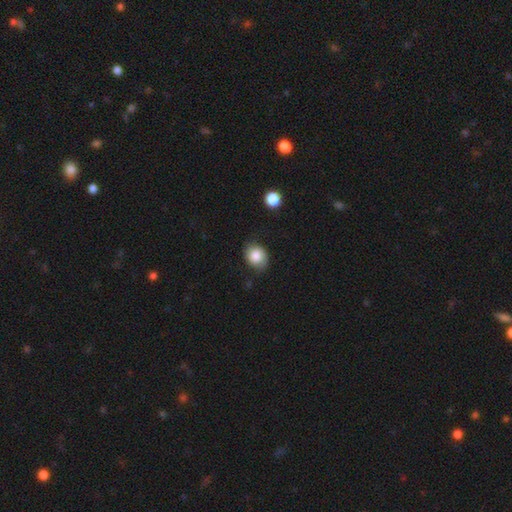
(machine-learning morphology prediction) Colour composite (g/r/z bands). It shows a smooth galaxy with no disk features (79%) that is round (54%). Merging: none (71%).